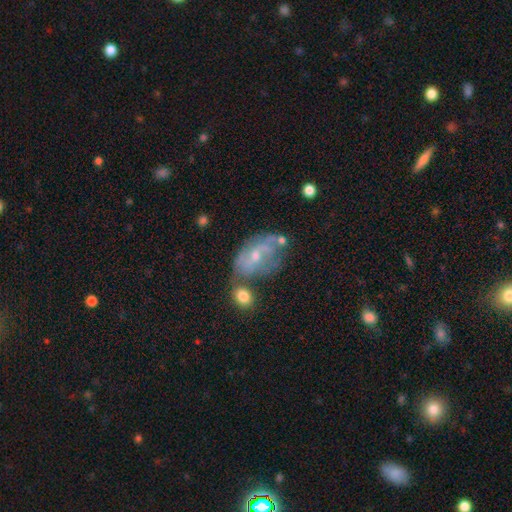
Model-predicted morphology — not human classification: smooth-or-featured: featured or disk: 64% | smooth: 27% | star or artifact: 9%
  disk-edge-on: no: 95% | yes: 5%
    bar: no: 53% | weak: 37% | strong: 10%
    has-spiral-arms: yes: 66% | no: 34%
    bulge-size: small: 60% | moderate: 35% | none: 3% | large: 1% | dominant: 1%
  merging: none: 37% | minor disturbance: 25% | merger: 21% | major disturbance: 17%